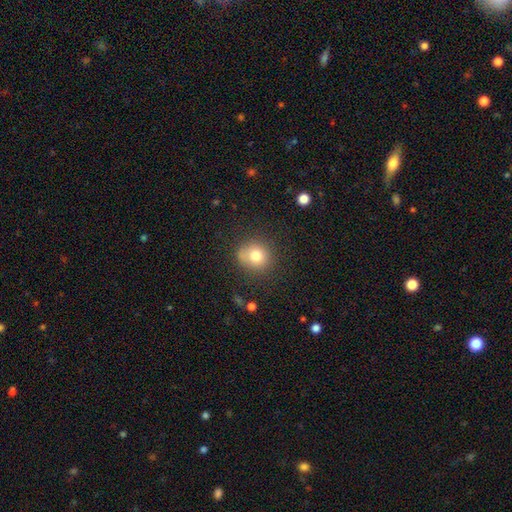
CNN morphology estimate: A smooth galaxy with no disk features (77%) that is round (85%).

Vote fractions:
- Smooth or featured? smooth: 77% / star or artifact: 12% / featured or disk: 11%
- How rounded? round: 85% / in between: 14% / cigar-shaped: 1%
- Merging? none: 77% / minor disturbance: 15% / major disturbance: 5% / merger: 2%